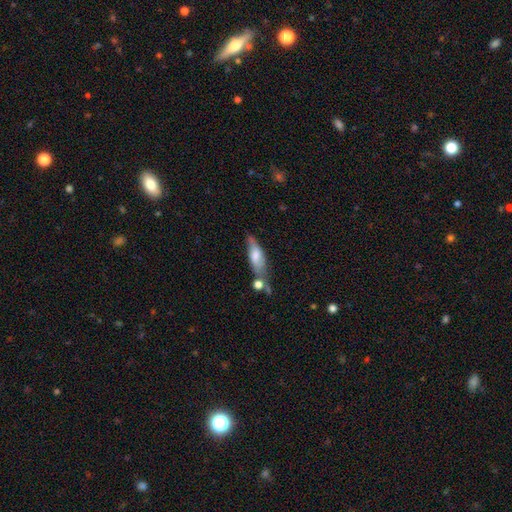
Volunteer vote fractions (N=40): Smooth or featured?
  - smooth: 60% *
  - featured or disk: 35%
  - star or artifact: 5%
How rounded?
  - cigar-shaped: 58% *
  - in between: 42%
  - round: 0%
Merging?
  - merger: 47% *
  - minor disturbance: 21%
  - major disturbance: 18%
  - none: 13%